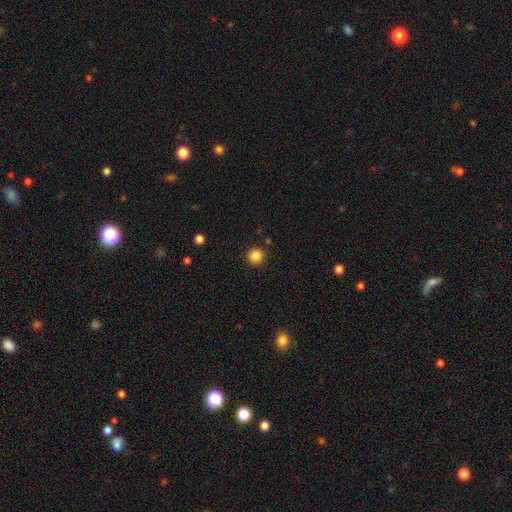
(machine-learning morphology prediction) Overall: smooth (85%). How rounded: round (95%). Merging: none (90%).